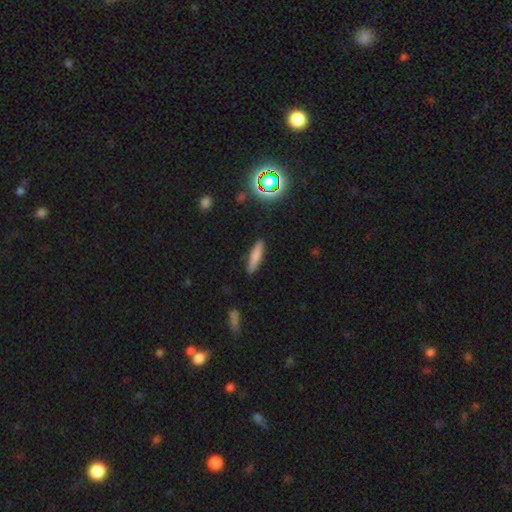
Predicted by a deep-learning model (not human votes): A smooth galaxy with no disk features (73%) that is cigar-shaped (83%). Merging: none (86%).